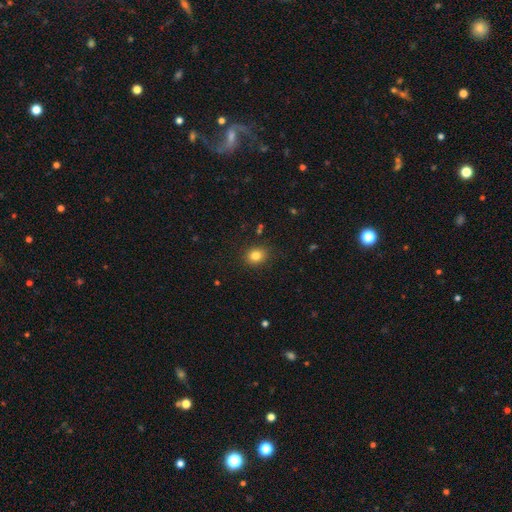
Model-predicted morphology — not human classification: smooth-or-featured: smooth: 82% | star or artifact: 11% | featured or disk: 6%
  how-rounded: round: 62% | in between: 37% | cigar-shaped: 1%
  merging: none: 87% | minor disturbance: 9% | major disturbance: 3% | merger: 1%